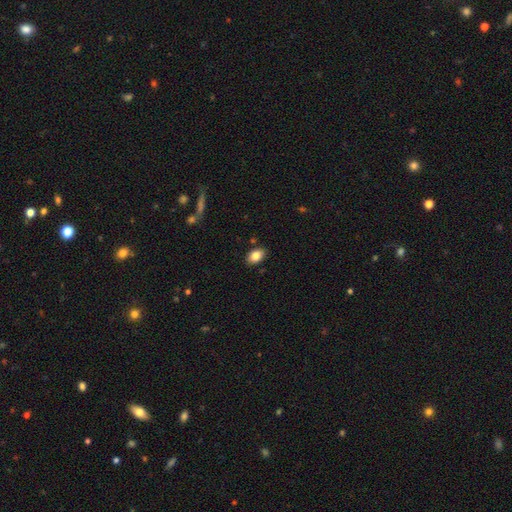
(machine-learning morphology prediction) Smooth or featured: smooth — 85% (star or artifact — 8%)
How rounded: in between — 85% (round — 13%)
Merging: none — 86% (minor disturbance — 9%)